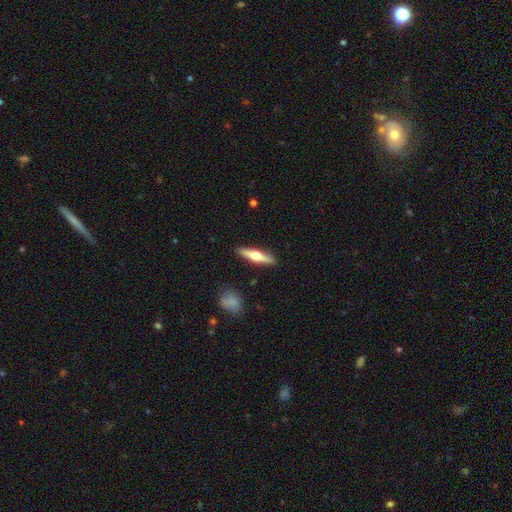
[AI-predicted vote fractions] smooth_or_featured: featured or disk (p=0.56) [alt: smooth p=0.39]
disk_edge_on: yes (p=0.95) [alt: no p=0.05]
edge_on_bulge: rounded (p=0.94) [alt: boxy p=0.03]
merging: none (p=0.90) [alt: minor disturbance p=0.07]